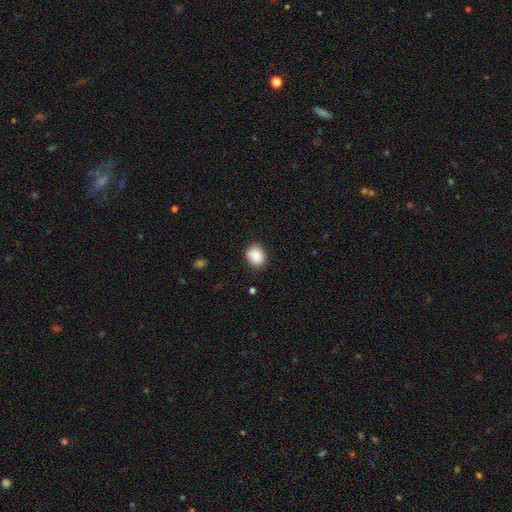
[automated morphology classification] A smooth galaxy with no disk features (87%) that is in between round and cigar-shaped (54%).

Vote fractions:
- Smooth or featured? smooth: 87% / star or artifact: 8% / featured or disk: 5%
- How rounded? in between: 54% / round: 45% / cigar-shaped: 1%
- Merging? none: 82% / minor disturbance: 14% / major disturbance: 3% / merger: 1%